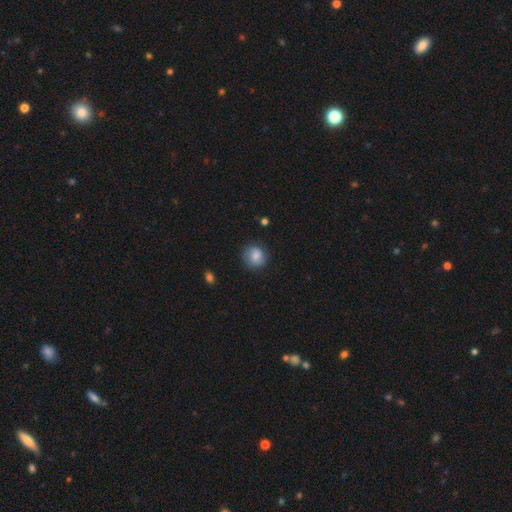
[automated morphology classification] Q: Smooth or featured?
A: smooth (75%); runner-up: featured or disk (17%)
Q: How rounded?
A: round (86%); runner-up: in between (13%)
Q: Merging?
A: none (80%); runner-up: minor disturbance (15%)